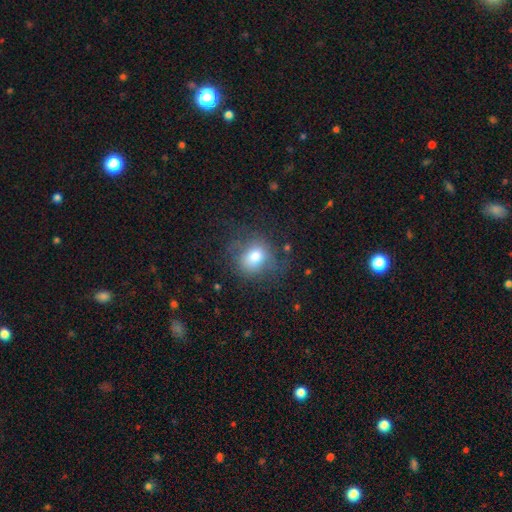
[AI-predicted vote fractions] The model was most divided on "how rounded": round: 62%, in between: 37%, cigar-shaped: 1%. More confident: smooth or featured — smooth (73%); merging — none (60%).